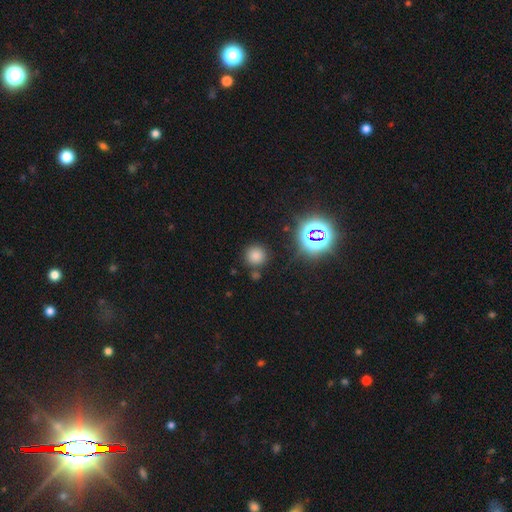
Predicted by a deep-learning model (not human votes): Overall: smooth (72%). How rounded: round (93%). Merging: none (81%).